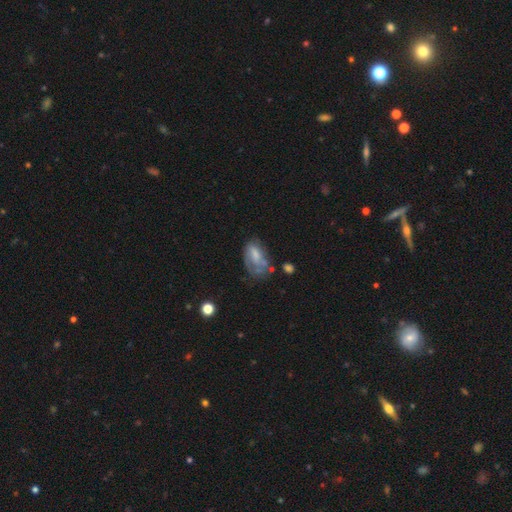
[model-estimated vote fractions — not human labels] smooth-or-featured: smooth: 49% | featured or disk: 42% | star or artifact: 9%
  merging: none: 35% | minor disturbance: 30% | major disturbance: 27% | merger: 8%